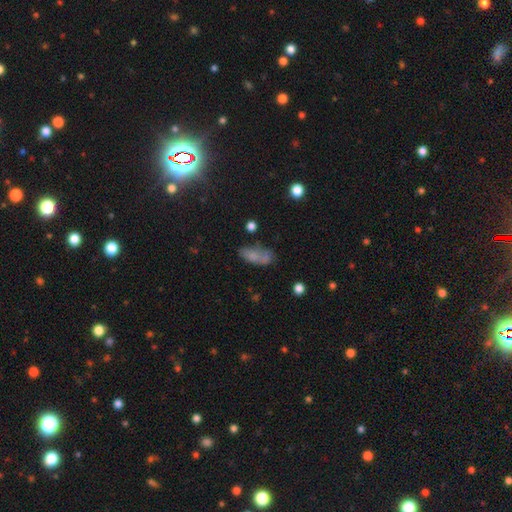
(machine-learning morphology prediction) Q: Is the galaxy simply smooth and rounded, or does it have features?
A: smooth — 69%.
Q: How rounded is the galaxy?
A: in between — 80%.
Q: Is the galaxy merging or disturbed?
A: none — 44%.